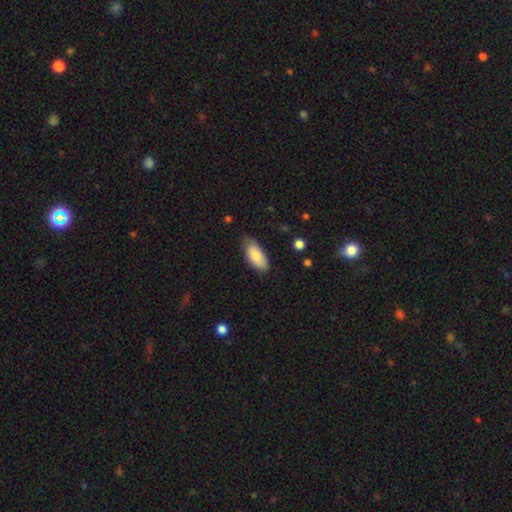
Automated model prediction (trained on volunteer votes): smooth_or_featured: smooth (p=0.78) [alt: featured or disk p=0.16]
how_rounded: in between (p=0.89) [alt: cigar-shaped p=0.09]
merging: none (p=0.73) [alt: minor disturbance p=0.22]